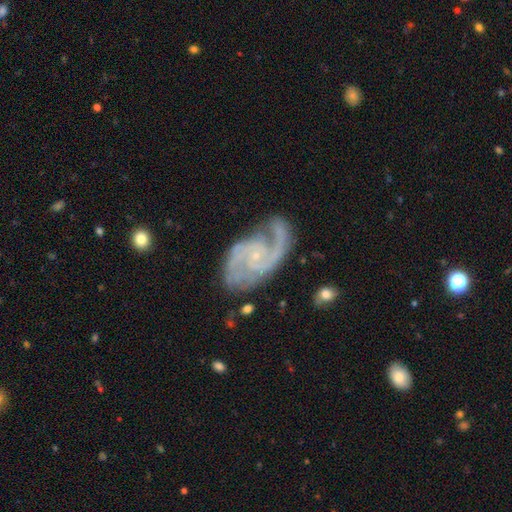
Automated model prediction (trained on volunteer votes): Smooth or featured? Predicted: featured or disk (p=0.92). Edge-on disk? Predicted: no (p=0.98). Bar? Predicted: no (p=0.65). Spiral arms? Predicted: yes (p=0.98). Spiral winding? Predicted: medium (p=0.53). Spiral arm count? Predicted: 2 (p=0.73). Bulge size? Predicted: small (p=0.83). Merging? Predicted: none (p=0.65).